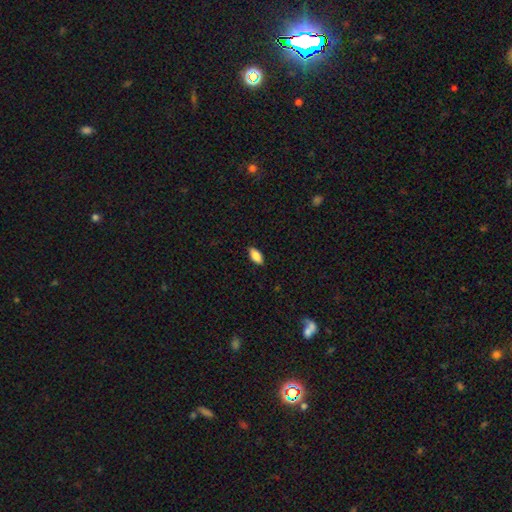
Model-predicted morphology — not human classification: This appears to be a smooth galaxy with no disk features (84%) that is in between round and cigar-shaped (90%). Merging: none (88%).